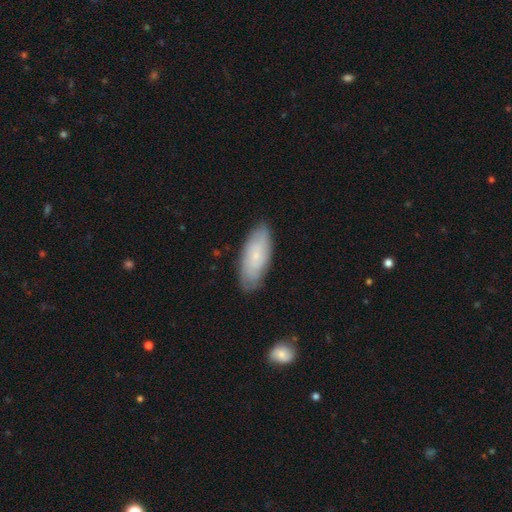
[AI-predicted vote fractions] Smooth or featured: smooth — 57% (featured or disk — 36%)
How rounded: in between — 80% (cigar-shaped — 18%)
Merging: none — 81% (minor disturbance — 15%)